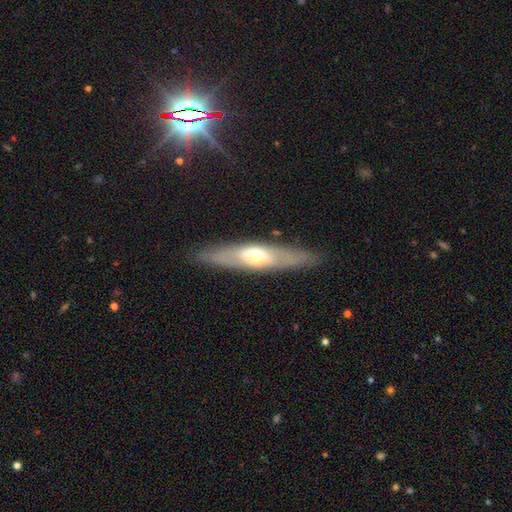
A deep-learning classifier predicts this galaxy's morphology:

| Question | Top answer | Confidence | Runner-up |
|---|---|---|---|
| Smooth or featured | featured or disk | 57% | smooth (38%) |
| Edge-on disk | yes | 61% | no (39%) |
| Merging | none | 87% | minor disturbance (9%) |